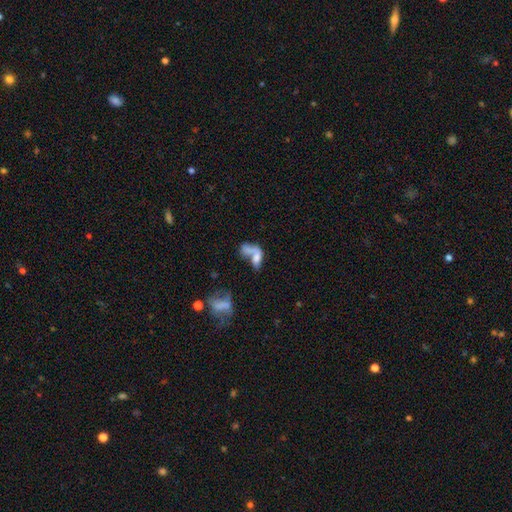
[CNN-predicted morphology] Q: Smooth or featured?
A: smooth (53%); runner-up: featured or disk (34%)
Q: How rounded?
A: in between (81%); runner-up: cigar-shaped (10%)
Q: Merging?
A: merger (55%); runner-up: major disturbance (19%)